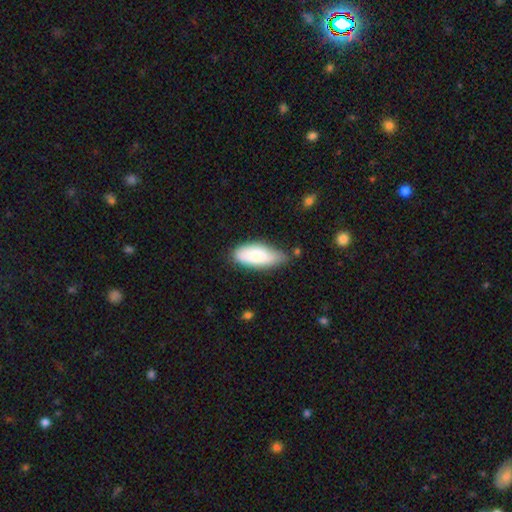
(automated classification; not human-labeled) A smooth galaxy with no disk features (81%) that is in between round and cigar-shaped (84%).

Vote fractions:
- Smooth or featured? smooth: 81% / featured or disk: 14% / star or artifact: 6%
- How rounded? in between: 84% / cigar-shaped: 14% / round: 2%
- Merging? none: 54% / minor disturbance: 36% / major disturbance: 6% / merger: 4%